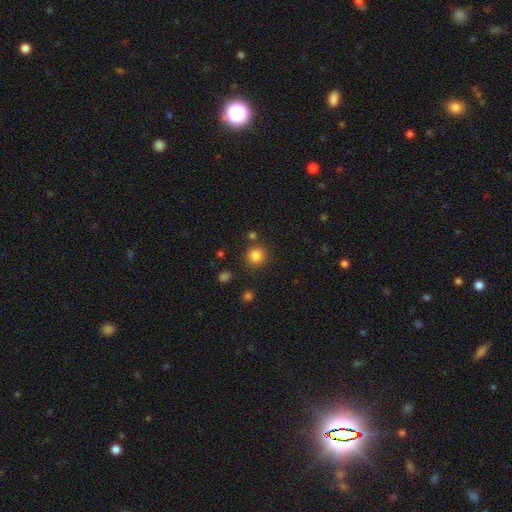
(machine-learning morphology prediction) Smooth or featured? Predicted: smooth (p=0.84). How rounded? Predicted: round (p=0.92). Merging? Predicted: none (p=0.84).